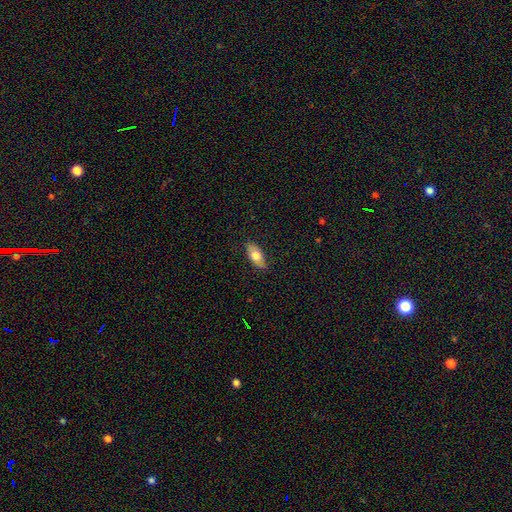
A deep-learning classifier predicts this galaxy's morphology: This is likely a smooth galaxy (69%). How rounded: clearly in between (88%). Merging: likely none (75%).